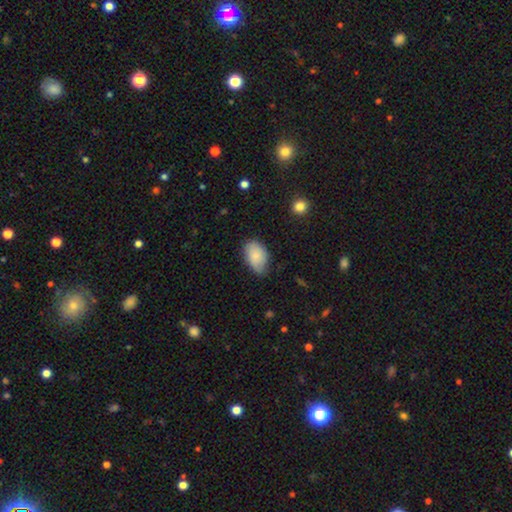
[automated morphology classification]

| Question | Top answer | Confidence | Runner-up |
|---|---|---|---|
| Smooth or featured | smooth | 76% | featured or disk (17%) |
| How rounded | in between | 89% | round (9%) |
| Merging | none | 57% | minor disturbance (34%) |